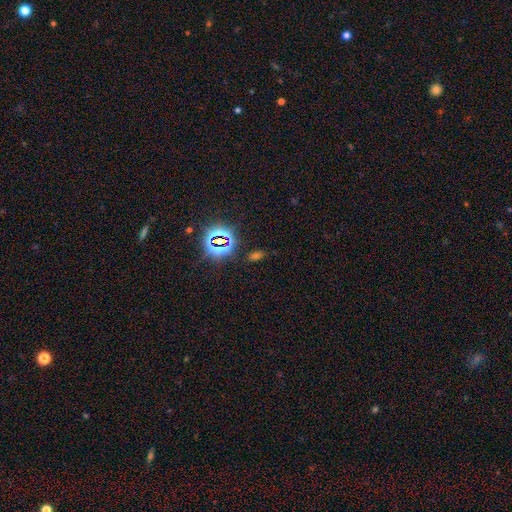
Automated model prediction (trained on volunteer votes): star or artifact 59%, smooth 32%, featured or disk 9%.